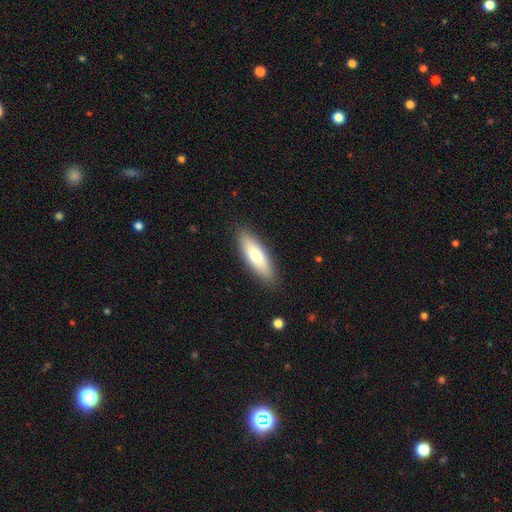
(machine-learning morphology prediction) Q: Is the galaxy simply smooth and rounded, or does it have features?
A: smooth — 71%.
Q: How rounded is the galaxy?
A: in between — 52%.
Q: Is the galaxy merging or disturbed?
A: none — 88%.